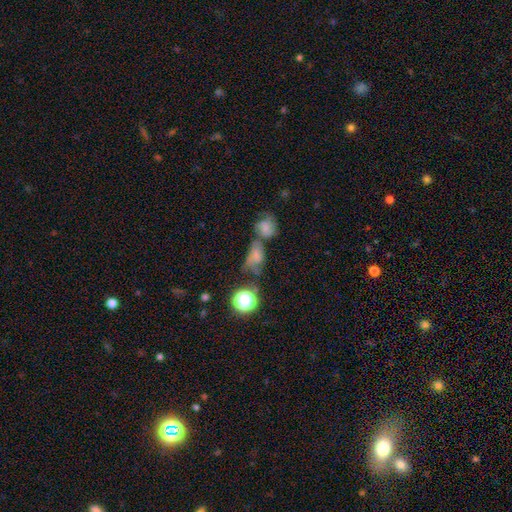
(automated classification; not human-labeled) Smooth or featured?
  - smooth: 42% *
  - star or artifact: 32%
  - featured or disk: 26%
Merging?
  - merger: 42% *
  - none: 36%
  - minor disturbance: 13%
  - major disturbance: 9%